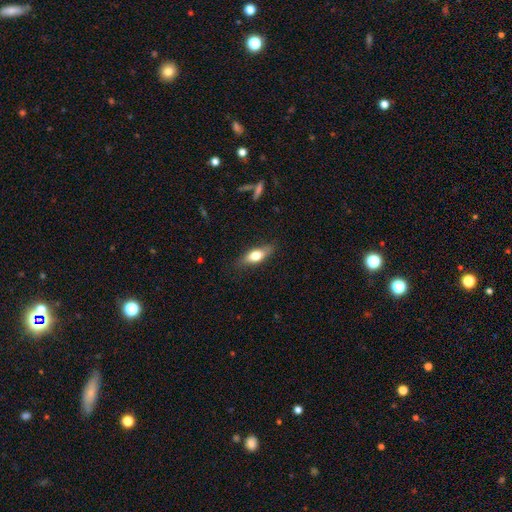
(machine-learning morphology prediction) Smooth or featured? smooth (68%)
How rounded? in between (68%)
Merging? none (82%)